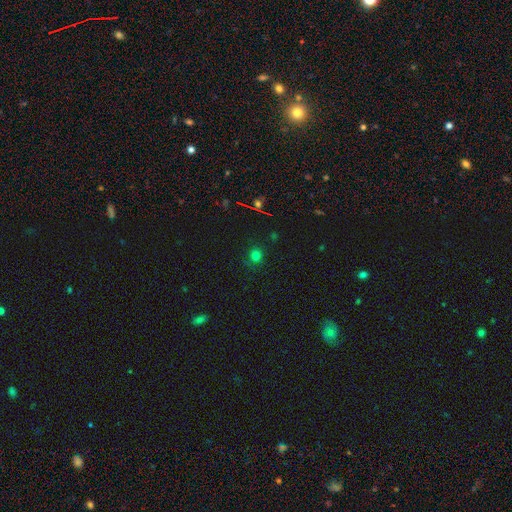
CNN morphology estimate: smooth_or_featured: smooth (p=0.70) [alt: star or artifact p=0.24]
how_rounded: round (p=0.89) [alt: in between p=0.10]
merging: none (p=0.82) [alt: minor disturbance p=0.12]